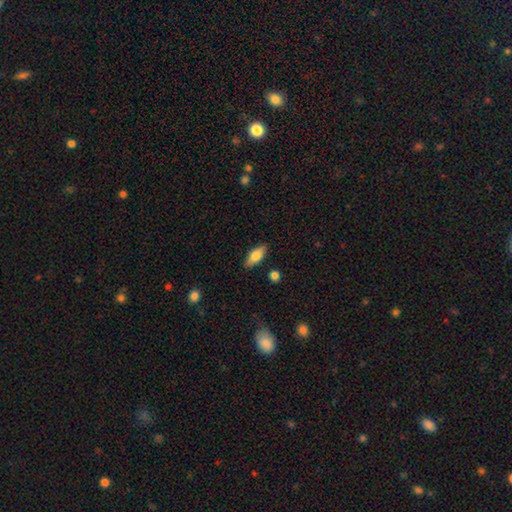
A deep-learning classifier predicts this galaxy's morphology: A smooth galaxy with no disk features (73%) that is in between round and cigar-shaped (80%).

Vote fractions:
- Smooth or featured? smooth: 73% / featured or disk: 20% / star or artifact: 7%
- How rounded? in between: 80% / cigar-shaped: 17% / round: 3%
- Merging? none: 85% / minor disturbance: 11% / major disturbance: 2% / merger: 2%